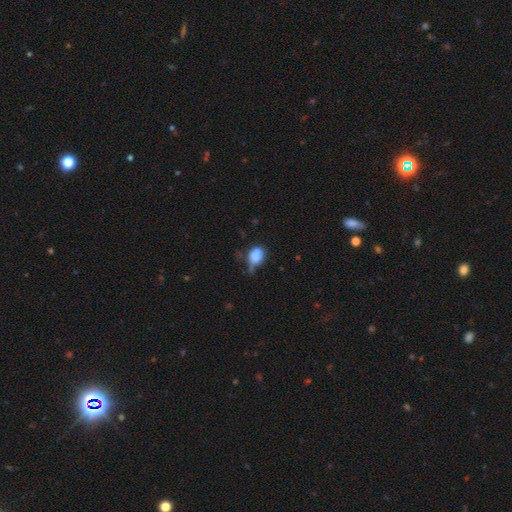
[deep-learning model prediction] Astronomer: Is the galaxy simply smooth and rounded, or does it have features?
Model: smooth — 77%.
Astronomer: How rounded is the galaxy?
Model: in between — 59% (runner-up: round, 39%).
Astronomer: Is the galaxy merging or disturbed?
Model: minor disturbance — 36% (runner-up: none, 32%).